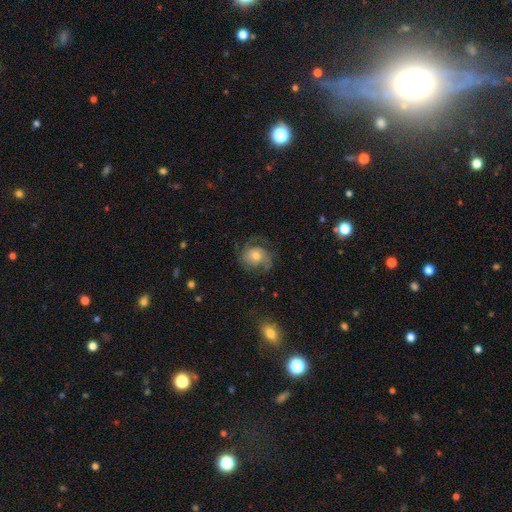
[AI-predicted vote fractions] Smooth or featured? Predicted: featured or disk (p=0.70). Edge-on disk? Predicted: no (p=0.98). Bar? Predicted: no (p=0.72). Spiral arms? Predicted: yes (p=0.91). Spiral winding? Predicted: medium (p=0.43). Spiral arm count? Predicted: 2 (p=0.50). Bulge size? Predicted: moderate (p=0.59). Merging? Predicted: none (p=0.65).